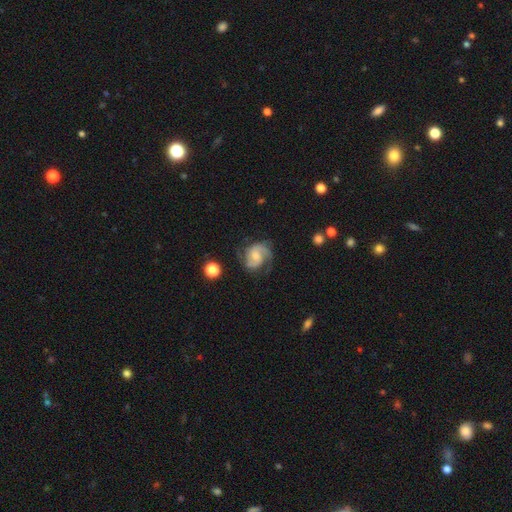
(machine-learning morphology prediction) The model was most divided on "bulge size": small: 48%, moderate: 35%, none: 11%, large: 5%, dominant: 1%. More confident: edge-on disk — no (98%); spiral arms — yes (97%); smooth or featured — featured or disk (83%); spiral arm count — 2 (80%); merging — none (67%); bar — no (58%); spiral winding — medium (51%).